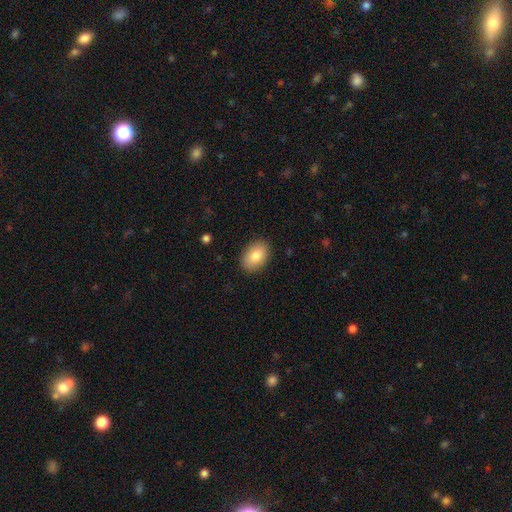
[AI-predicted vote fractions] Morphology: type=smooth (83%); roundness=in between (85%); merging=none (88%).